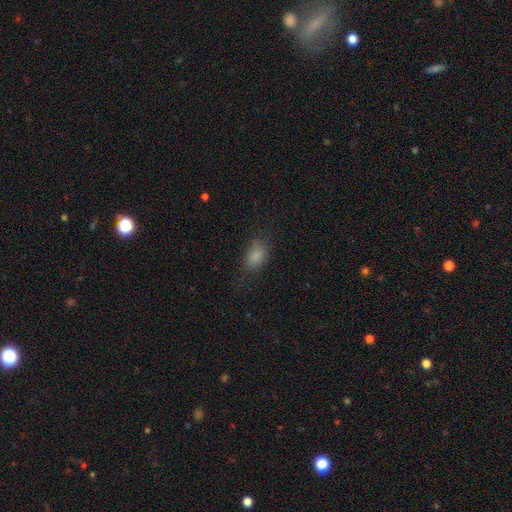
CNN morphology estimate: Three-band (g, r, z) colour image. It shows a smooth galaxy with no disk features (81%) that is in between round and cigar-shaped (83%). Merging: none (57%).